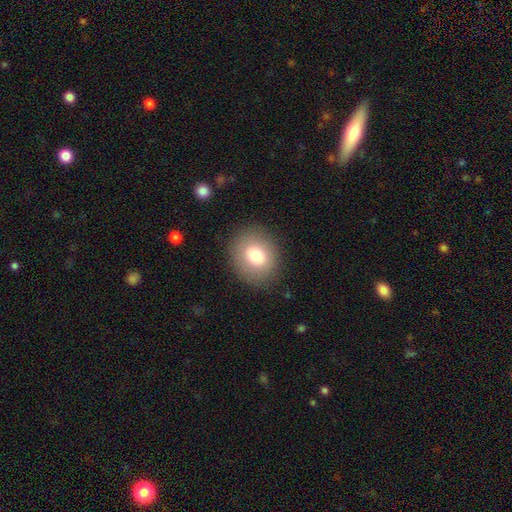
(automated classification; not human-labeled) smooth-or-featured: smooth: 77% | featured or disk: 13% | star or artifact: 10%
  how-rounded: round: 70% | in between: 29% | cigar-shaped: 1%
  merging: none: 87% | minor disturbance: 9% | major disturbance: 4% | merger: 1%